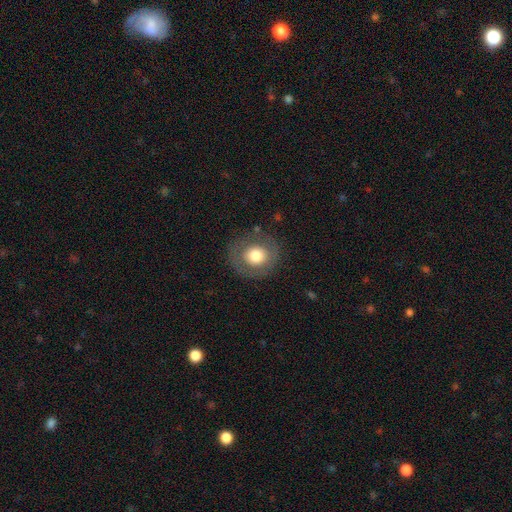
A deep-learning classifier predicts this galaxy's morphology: smooth-or-featured: smooth: 68% | featured or disk: 23% | star or artifact: 9%
  how-rounded: round: 87% | in between: 12% | cigar-shaped: 1%
  merging: none: 81% | minor disturbance: 11% | major disturbance: 6% | merger: 1%